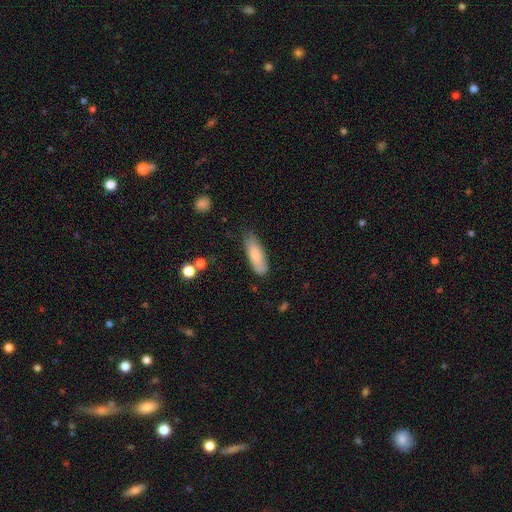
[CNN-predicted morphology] Smooth or featured: smooth — 81% (featured or disk — 13%)
How rounded: in between — 57% (cigar-shaped — 41%)
Merging: none — 67% (minor disturbance — 26%)